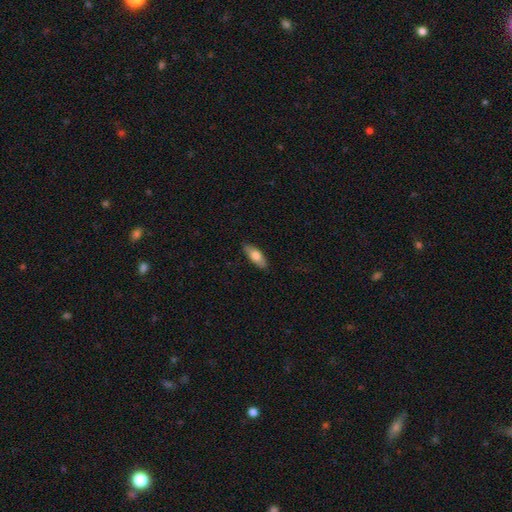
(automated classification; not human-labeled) Smooth or featured? smooth (71%)
How rounded? in between (72%)
Merging? none (87%)